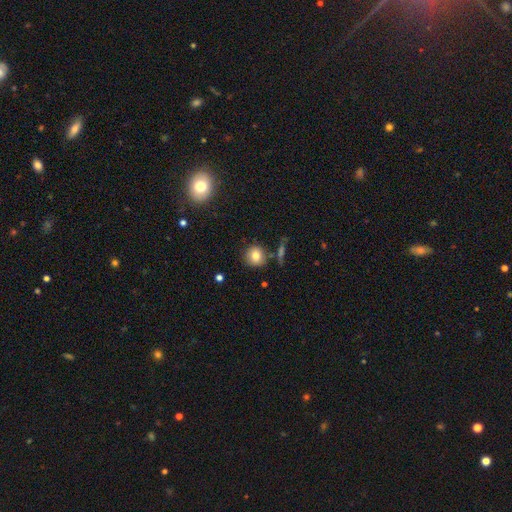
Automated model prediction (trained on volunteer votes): The model was most divided on "smooth or featured": smooth: 79%, star or artifact: 11%, featured or disk: 10%. More confident: how rounded — round (90%); merging — none (83%).